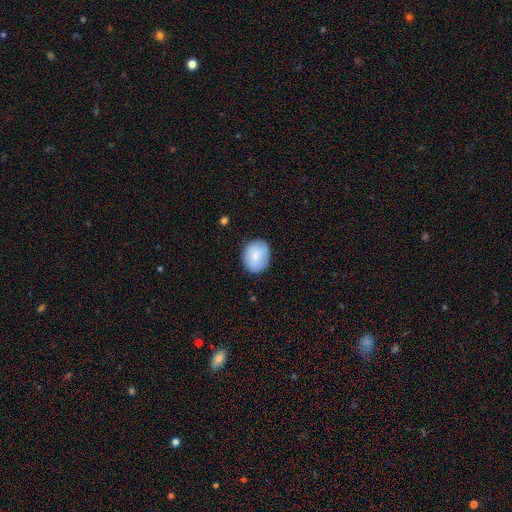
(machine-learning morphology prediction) Smooth or featured?
  - smooth: 84% *
  - featured or disk: 9%
  - star or artifact: 7%
How rounded?
  - round: 58% *
  - in between: 41%
  - cigar-shaped: 1%
Merging?
  - none: 83% *
  - minor disturbance: 14%
  - major disturbance: 3%
  - merger: 1%